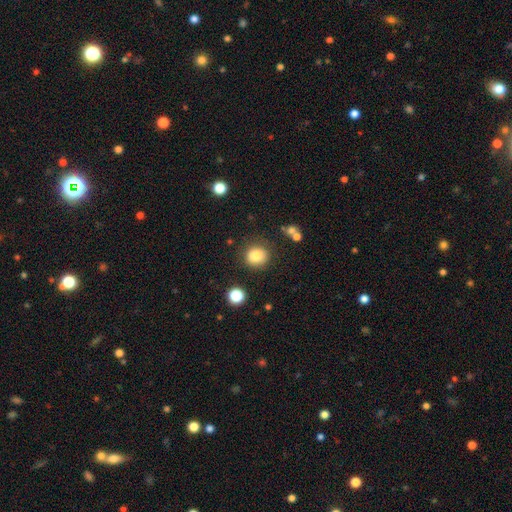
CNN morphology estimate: This appears to be a smooth galaxy with no disk features (81%) that is round (88%). Merging: none (85%).